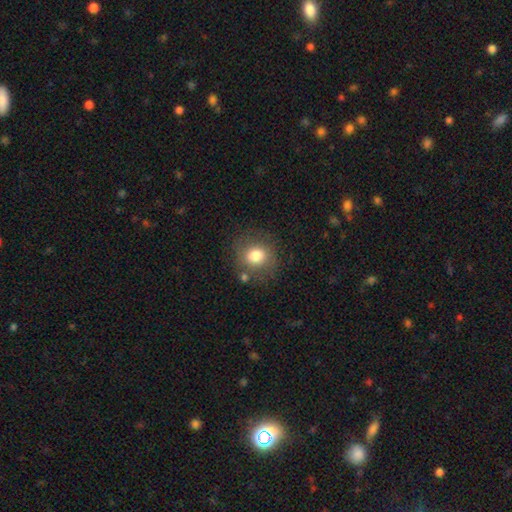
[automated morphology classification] Smooth or featured? smooth (78%)
How rounded? round (81%)
Merging? none (76%)